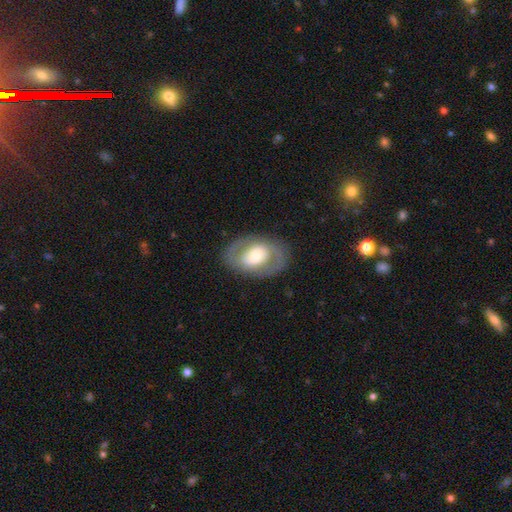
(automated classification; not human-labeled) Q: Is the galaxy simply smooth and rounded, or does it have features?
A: featured or disk — 65%.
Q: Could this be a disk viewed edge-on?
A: no — 94%.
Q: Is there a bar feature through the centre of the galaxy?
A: no — 55%.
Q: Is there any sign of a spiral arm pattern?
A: yes — 58%.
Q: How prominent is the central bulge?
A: moderate — 49%.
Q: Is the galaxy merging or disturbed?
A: none — 81%.